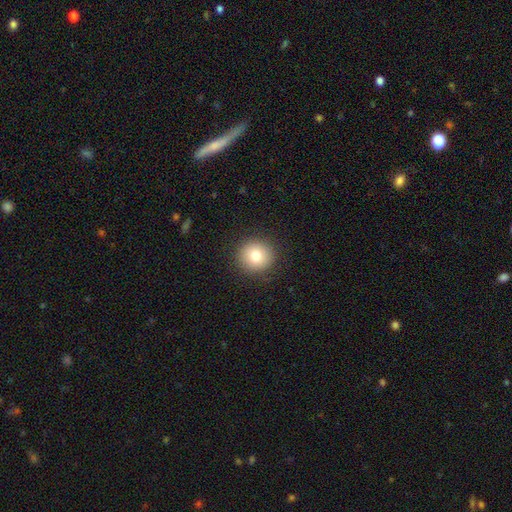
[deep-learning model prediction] smooth-or-featured: smooth: 79% | star or artifact: 11% | featured or disk: 10%
  how-rounded: round: 93% | in between: 6% | cigar-shaped: 1%
  merging: none: 90% | minor disturbance: 6% | major disturbance: 2% | merger: 1%